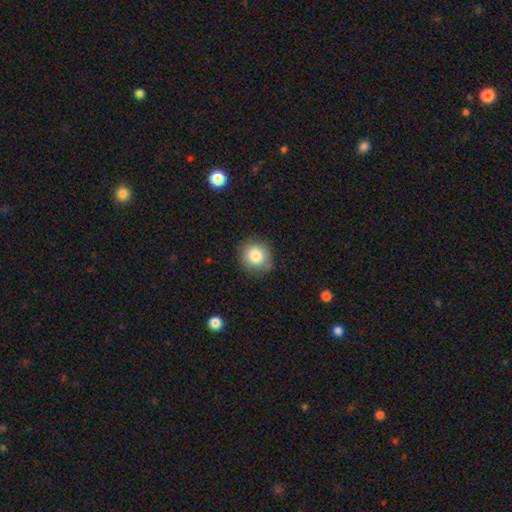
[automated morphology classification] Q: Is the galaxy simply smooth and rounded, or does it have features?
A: smooth — 83%.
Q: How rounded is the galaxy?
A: round — 89%.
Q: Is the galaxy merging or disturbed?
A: none — 82%.